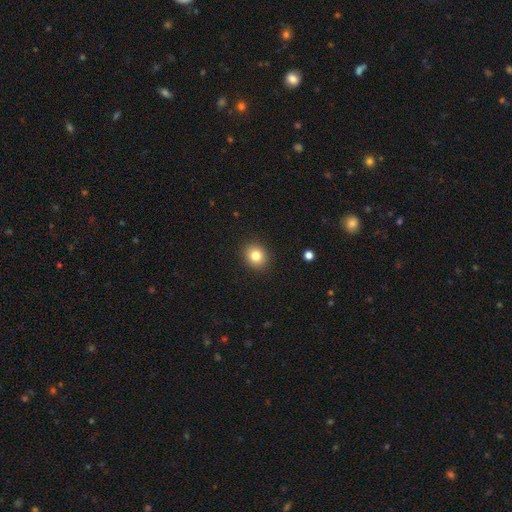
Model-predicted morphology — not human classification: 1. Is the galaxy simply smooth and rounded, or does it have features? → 82% smooth, 11% star or artifact, 7% featured or disk.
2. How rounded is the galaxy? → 75% round, 25% in between, 1% cigar-shaped.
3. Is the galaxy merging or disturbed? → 91% none, 6% minor disturbance, 2% major disturbance, 1% merger.